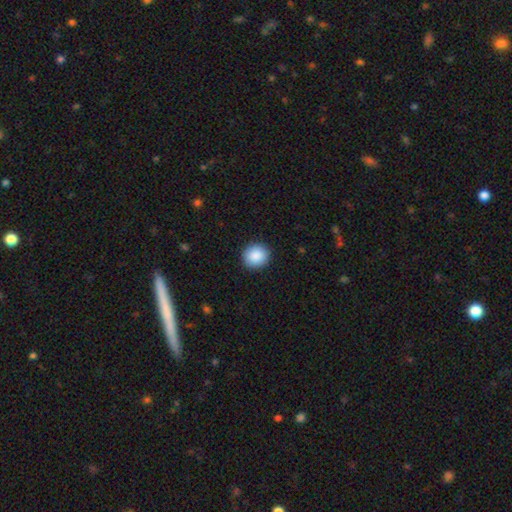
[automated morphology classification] Smooth or featured? smooth (89%)
How rounded? round (90%)
Merging? none (92%)